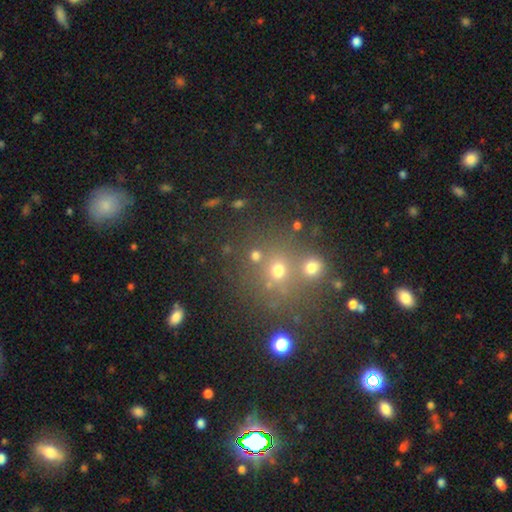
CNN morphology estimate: A smooth galaxy with no disk features (67%) that is round (85%).

Vote fractions:
- Smooth or featured? smooth: 67% / star or artifact: 24% / featured or disk: 10%
- How rounded? round: 85% / in between: 14% / cigar-shaped: 1%
- Merging? none: 63% / merger: 25% / minor disturbance: 8% / major disturbance: 4%